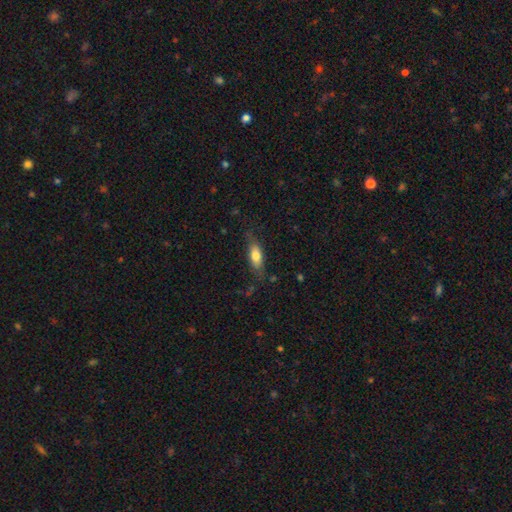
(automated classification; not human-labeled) Overall: smooth (73%). How rounded: in between (68%; cigar-shaped 29%). Merging: none (70%).